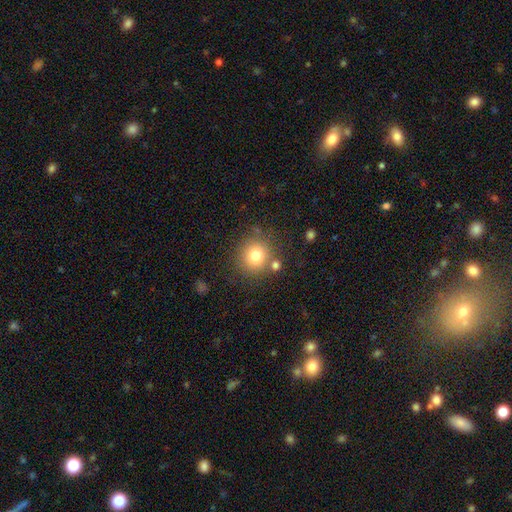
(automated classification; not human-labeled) Smooth or featured? smooth (78%)
How rounded? round (89%)
Merging? none (78%)